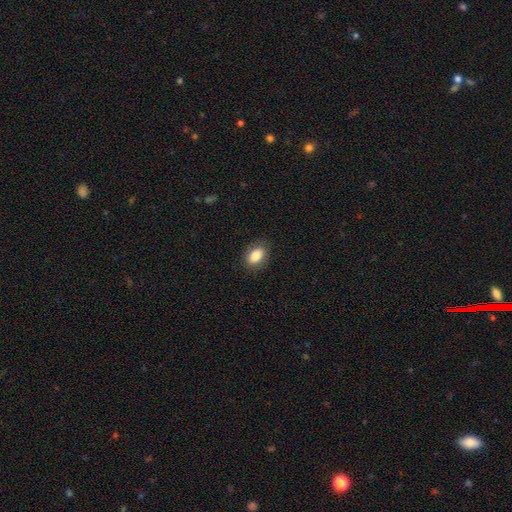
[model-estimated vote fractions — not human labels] smooth_or_featured: smooth (p=0.85) [alt: star or artifact p=0.08]
how_rounded: in between (p=0.85) [alt: round p=0.14]
merging: none (p=0.86) [alt: minor disturbance p=0.10]